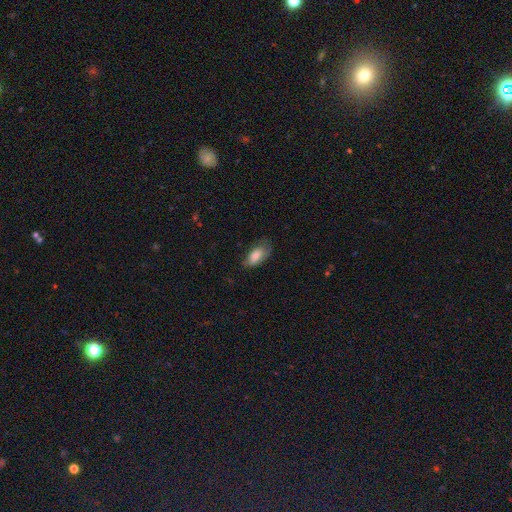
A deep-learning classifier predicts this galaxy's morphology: The model was most divided on "merging": none: 51%, minor disturbance: 32%, major disturbance: 15%, merger: 1%. More confident: how rounded — in between (91%); smooth or featured — smooth (77%).